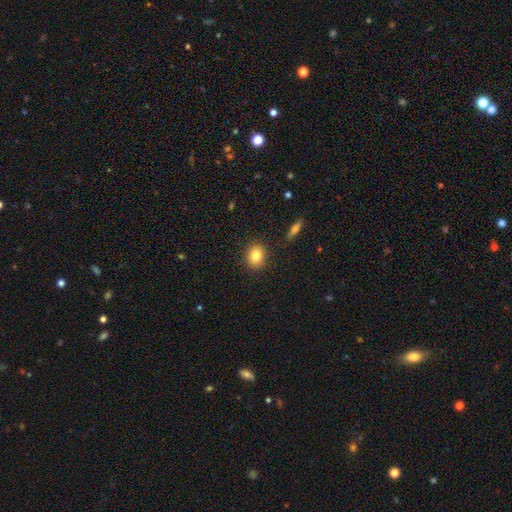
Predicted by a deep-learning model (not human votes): Morphology: type=smooth (81%); roundness=round (59%); merging=none (89%).